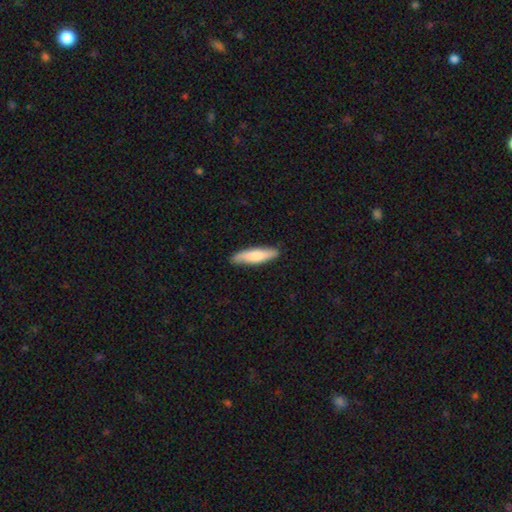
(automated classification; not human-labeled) Smooth or featured? Predicted: smooth (p=0.73). How rounded? Predicted: cigar-shaped (p=0.77). Merging? Predicted: none (p=0.84).